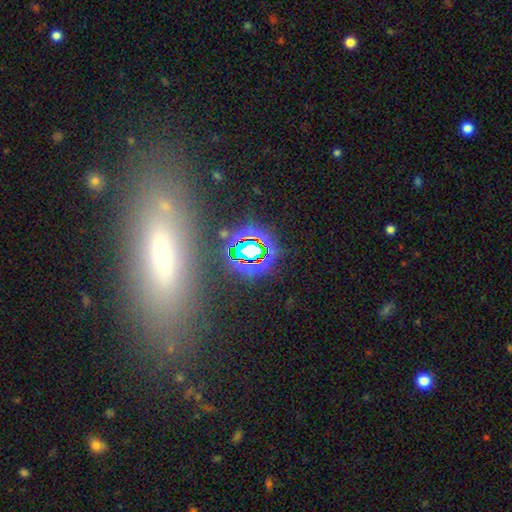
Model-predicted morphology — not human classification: Smooth or featured: star or artifact — 42% (smooth — 39%)